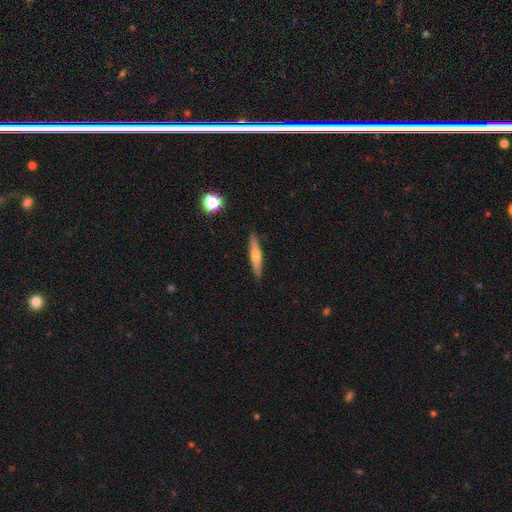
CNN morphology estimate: Smooth or featured?
  - featured or disk: 47% *
  - smooth: 46%
  - star or artifact: 7%
Merging?
  - none: 89% *
  - minor disturbance: 8%
  - major disturbance: 2%
  - merger: 1%